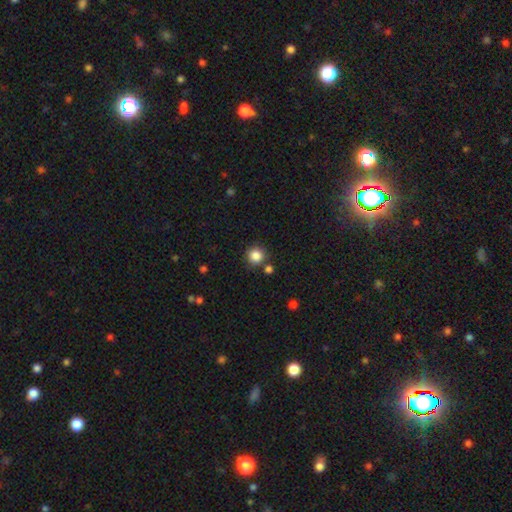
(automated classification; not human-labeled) Smooth or featured: smooth — 85% (star or artifact — 11%)
How rounded: round — 93% (in between — 6%)
Merging: none — 81% (minor disturbance — 9%)